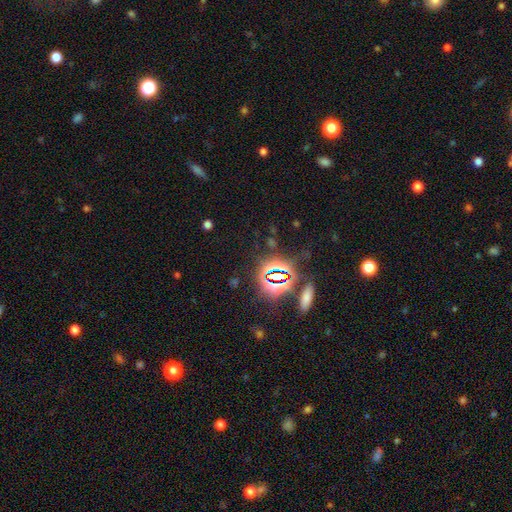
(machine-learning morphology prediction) This is likely a star or artifact rather than a galaxy (80%).